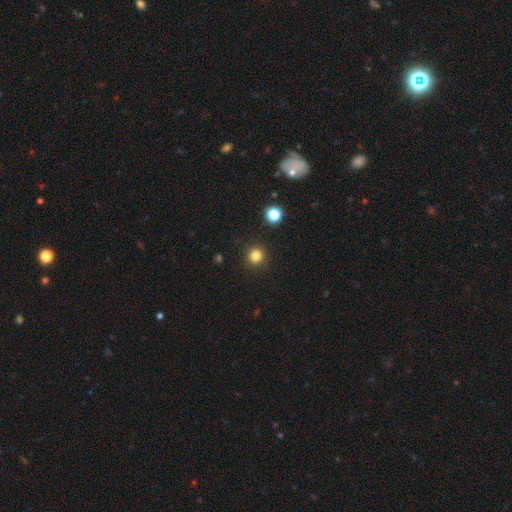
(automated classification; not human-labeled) This appears to be a smooth galaxy with no disk features (82%) that is round (93%). Merging: none (91%).